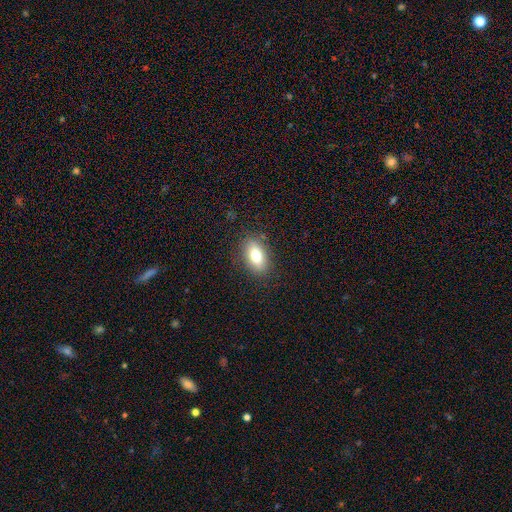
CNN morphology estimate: A smooth galaxy with no disk features (76%) that is in between round and cigar-shaped (87%).

Vote fractions:
- Smooth or featured? smooth: 76% / featured or disk: 15% / star or artifact: 9%
- How rounded? in between: 87% / round: 9% / cigar-shaped: 4%
- Merging? none: 85% / minor disturbance: 10% / major disturbance: 3% / merger: 1%